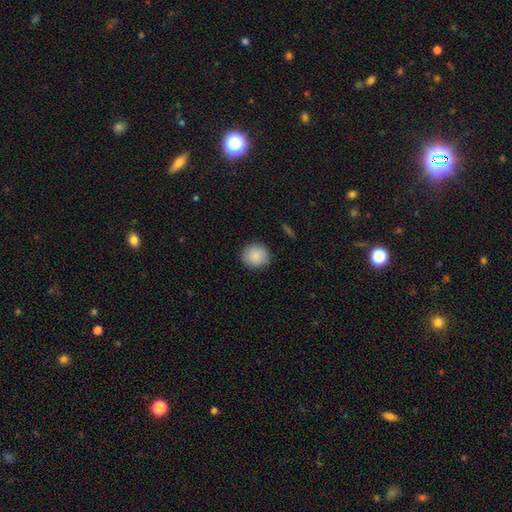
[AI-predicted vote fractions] Smooth or featured: smooth — 87% (star or artifact — 7%)
How rounded: round — 89% (in between — 10%)
Merging: none — 87% (minor disturbance — 10%)